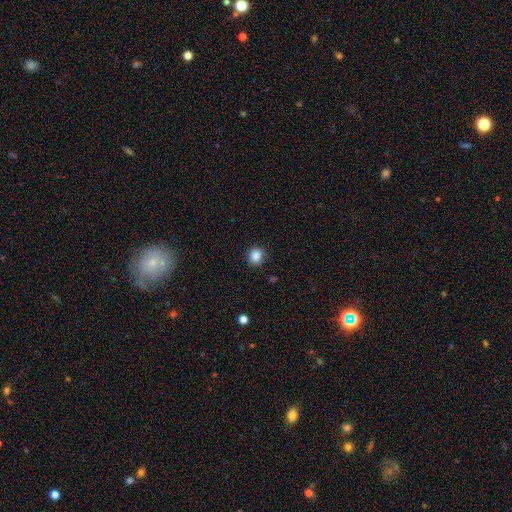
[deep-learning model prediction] This appears to be a smooth galaxy with no disk features (86%) that is round (76%). Merging: none (87%).